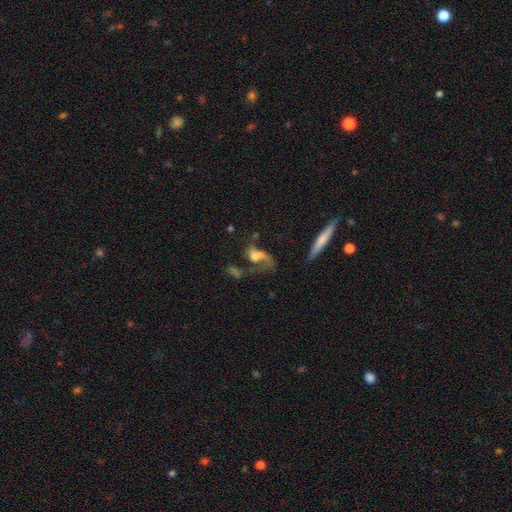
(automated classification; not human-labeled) A featured or disk galaxy (51%). Merging: major disturbance (43%).